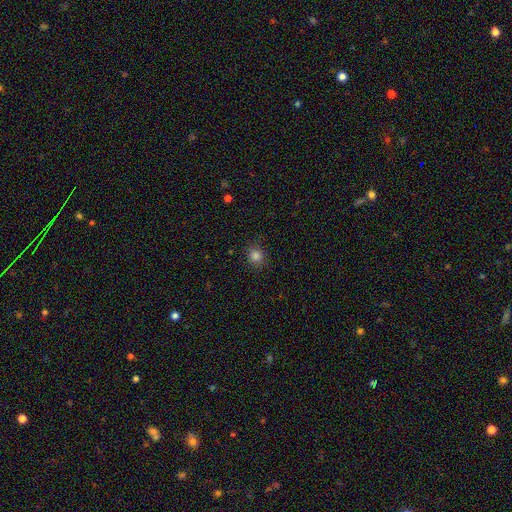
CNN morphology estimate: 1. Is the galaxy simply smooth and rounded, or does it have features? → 83% smooth, 13% star or artifact, 4% featured or disk.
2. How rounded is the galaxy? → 89% round, 10% in between, 1% cigar-shaped.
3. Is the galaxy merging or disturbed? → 88% none, 9% minor disturbance, 3% major disturbance, 1% merger.